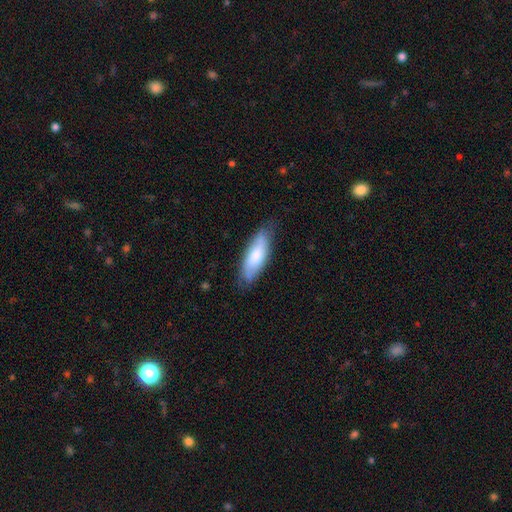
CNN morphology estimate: Overall: smooth (71%). How rounded: in between (58%; cigar-shaped 40%). Merging: none (76%).